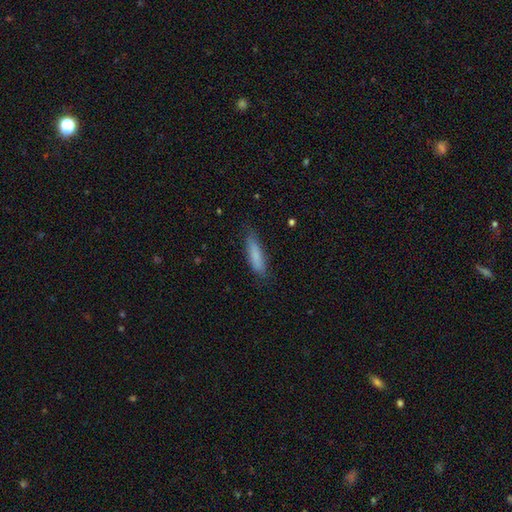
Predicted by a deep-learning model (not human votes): Q: Smooth or featured?
A: smooth (82%); runner-up: featured or disk (12%)
Q: How rounded?
A: cigar-shaped (70%); runner-up: in between (28%)
Q: Merging?
A: none (78%); runner-up: minor disturbance (17%)